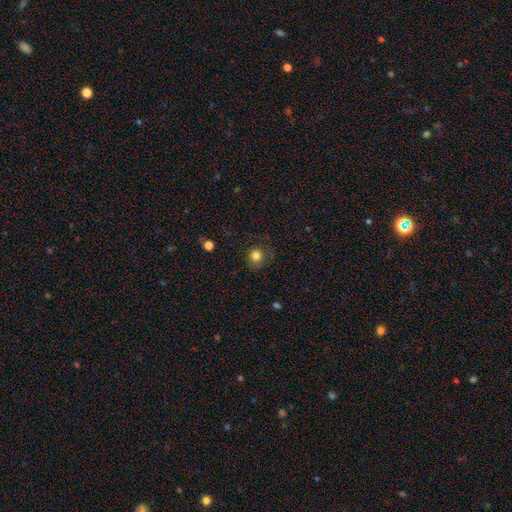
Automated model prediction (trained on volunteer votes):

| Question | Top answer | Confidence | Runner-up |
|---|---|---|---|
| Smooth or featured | smooth | 80% | star or artifact (13%) |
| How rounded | round | 87% | in between (12%) |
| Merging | none | 79% | minor disturbance (14%) |